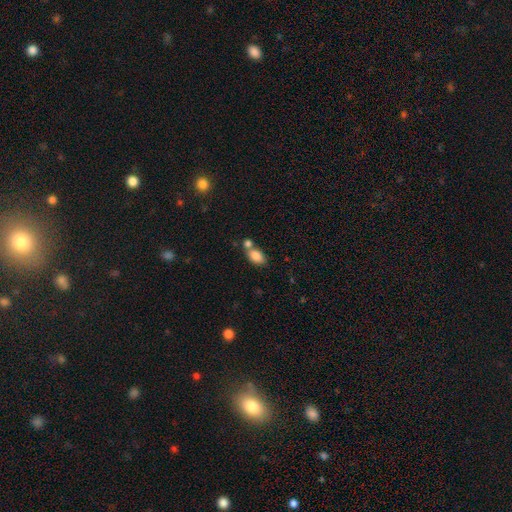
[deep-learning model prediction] The model was most divided on "merging": none: 45%, merger: 39%, minor disturbance: 12%, major disturbance: 4%. More confident: how rounded — in between (87%); smooth or featured — smooth (84%).